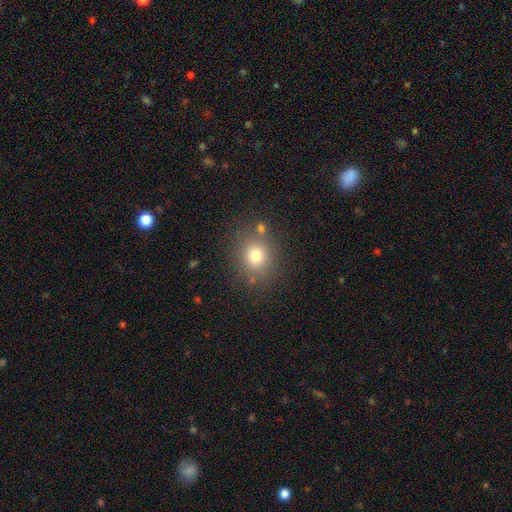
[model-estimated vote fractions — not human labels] Smooth or featured?
  - smooth: 76% *
  - star or artifact: 14%
  - featured or disk: 10%
How rounded?
  - round: 75% *
  - in between: 24%
  - cigar-shaped: 1%
Merging?
  - none: 77% *
  - minor disturbance: 11%
  - merger: 7%
  - major disturbance: 5%